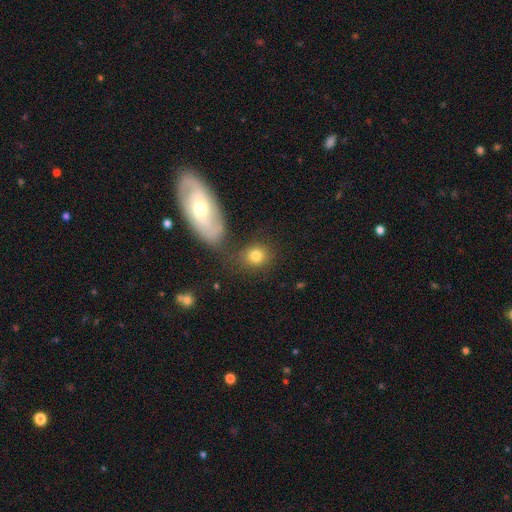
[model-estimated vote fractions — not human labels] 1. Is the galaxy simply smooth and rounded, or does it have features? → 79% smooth, 11% star or artifact, 10% featured or disk.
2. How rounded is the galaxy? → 71% round, 28% in between, 2% cigar-shaped.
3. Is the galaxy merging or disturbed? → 69% none, 12% minor disturbance, 12% merger, 6% major disturbance.